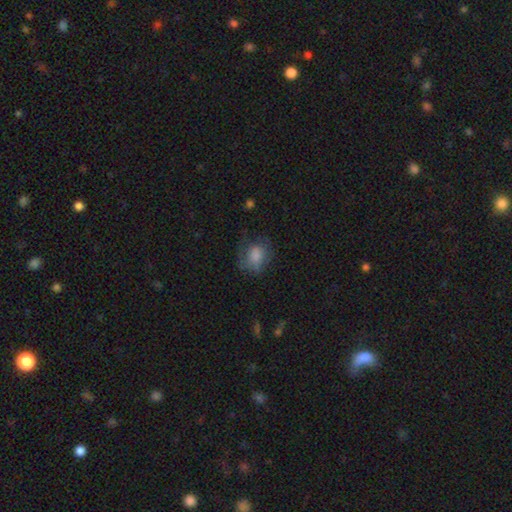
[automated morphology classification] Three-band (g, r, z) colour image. It shows a smooth galaxy with no disk features (70%) that is in between round and cigar-shaped (51%). Merging: none (49%).